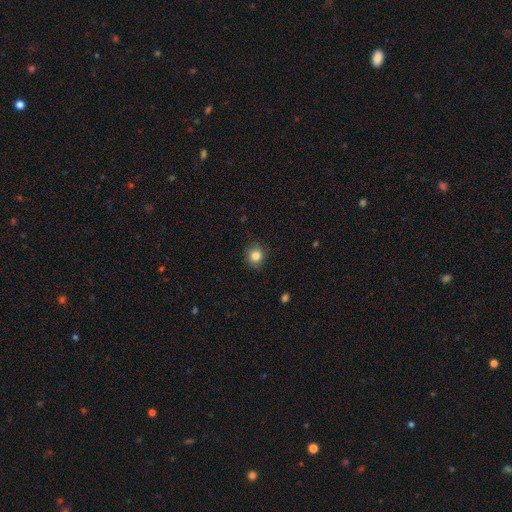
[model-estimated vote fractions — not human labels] Morphology: type=smooth (83%); roundness=round (85%); merging=none (88%).